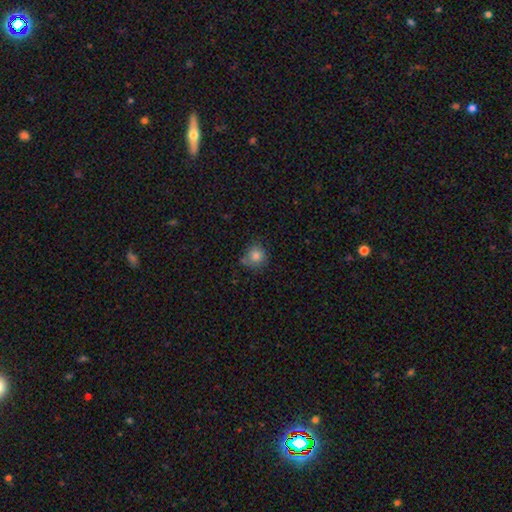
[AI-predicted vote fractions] smooth_or_featured: smooth (p=0.81) [alt: star or artifact p=0.11]
how_rounded: round (p=0.86) [alt: in between p=0.13]
merging: none (p=0.65) [alt: minor disturbance p=0.24]